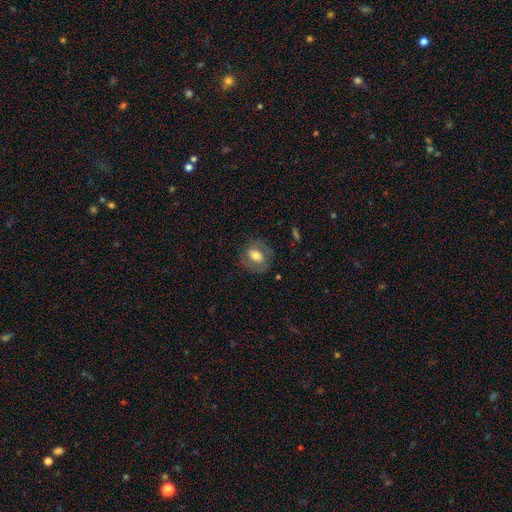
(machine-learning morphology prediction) This appears to be a smooth galaxy with no disk features (55%) that is in between round and cigar-shaped (56%). Merging: none (75%).